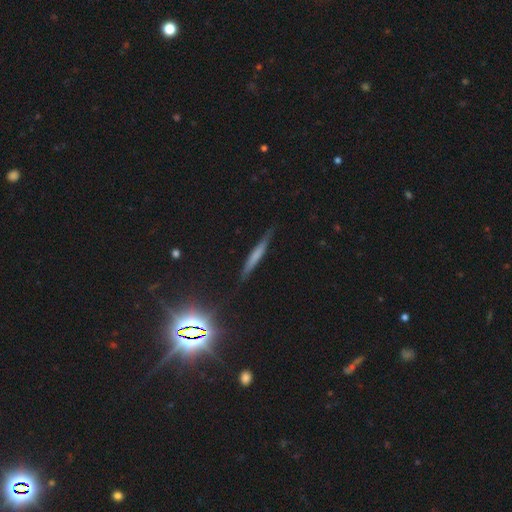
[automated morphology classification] This is possibly a smooth galaxy (48%). Merging: clearly none (84%).